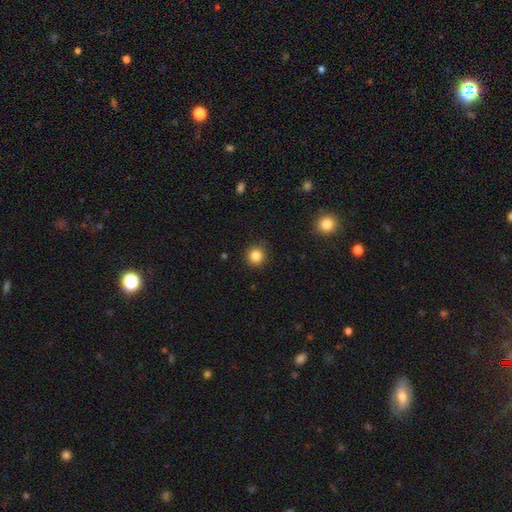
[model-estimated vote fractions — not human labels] Morphology: type=smooth (85%); roundness=round (93%); merging=none (91%).